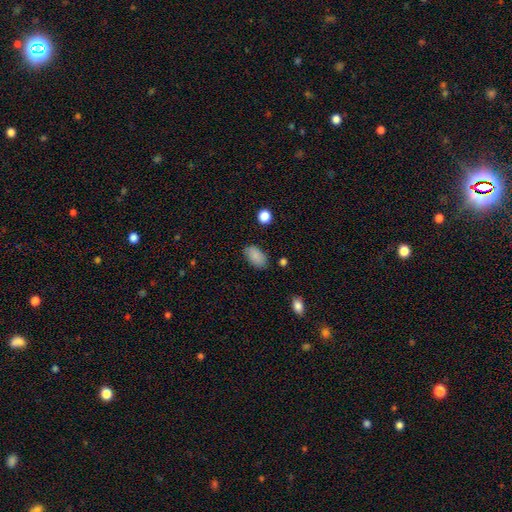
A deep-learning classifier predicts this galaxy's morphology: smooth-or-featured: smooth: 87% | star or artifact: 8% | featured or disk: 5%
  how-rounded: in between: 93% | round: 5% | cigar-shaped: 2%
  merging: none: 81% | minor disturbance: 14% | major disturbance: 3% | merger: 2%